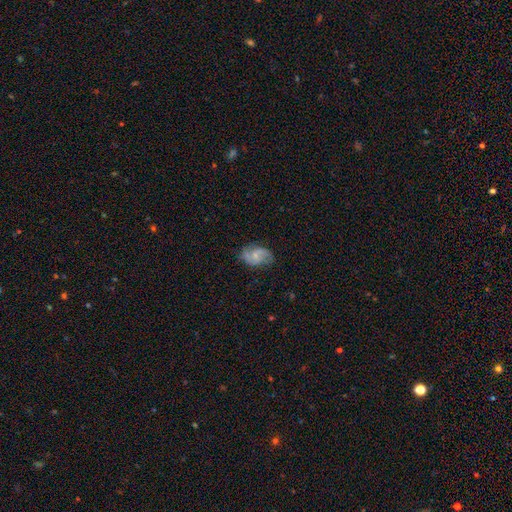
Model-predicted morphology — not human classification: This appears to be a featured or disk galaxy (63%) with no bar (53%), 2 (84%) medium (46%) spiral arms (91%) and a small central bulge (60%). Merging: none (68%).